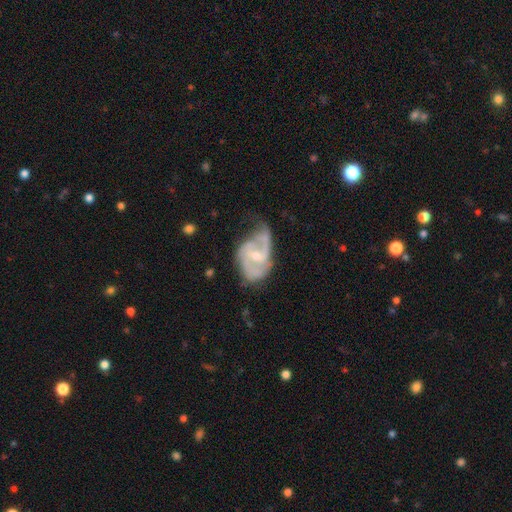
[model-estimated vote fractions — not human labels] A featured or disk galaxy (83%) with a weak bar (47%), 2 (66%) medium (50%) spiral arms (93%) and a small central bulge (58%).

Vote fractions:
- Smooth or featured? featured or disk: 83% / smooth: 12% / star or artifact: 6%
- Edge-on disk? no: 97% / yes: 3%
- Bar? weak: 47% / no: 40% / strong: 13%
- Spiral arms? yes: 93% / no: 7%
- Spiral winding? medium: 50% / tight: 26% / loose: 24%
- Spiral arm count? 2: 66% / 3: 12% / can't tell: 12% / 1: 6% / 4: 2% / more than 4: 2%
- Bulge size? small: 58% / moderate: 36% / none: 3% / large: 1% / dominant: 1%
- Merging? none: 37% / minor disturbance: 35% / major disturbance: 25% / merger: 3%